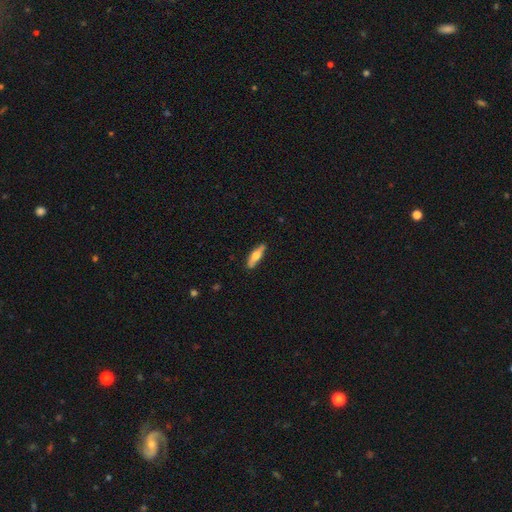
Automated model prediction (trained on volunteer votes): smooth-or-featured: smooth: 53% | featured or disk: 42% | star or artifact: 6%
  how-rounded: cigar-shaped: 61% | in between: 36% | round: 2%
  merging: none: 84% | minor disturbance: 12% | major disturbance: 2% | merger: 1%